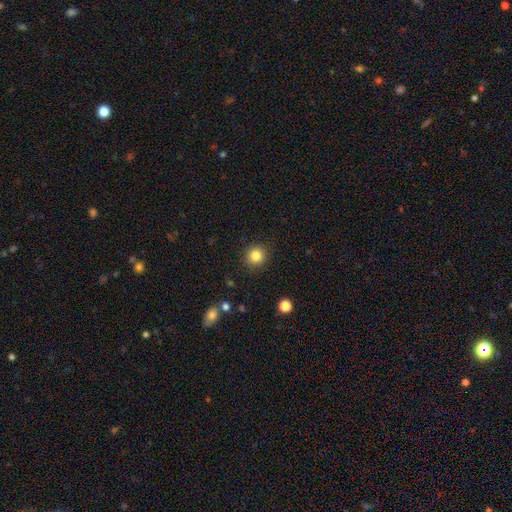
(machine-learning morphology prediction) This appears to be a smooth galaxy with no disk features (84%) that is round (92%). Merging: none (90%).